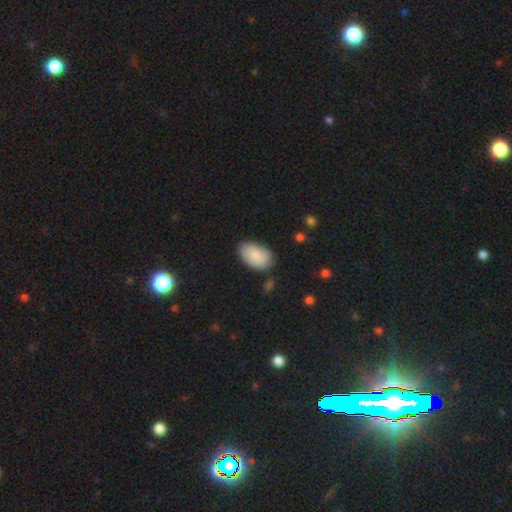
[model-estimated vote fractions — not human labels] Smooth or featured? Predicted: smooth (p=0.86). How rounded? Predicted: in between (p=0.94). Merging? Predicted: none (p=0.77).